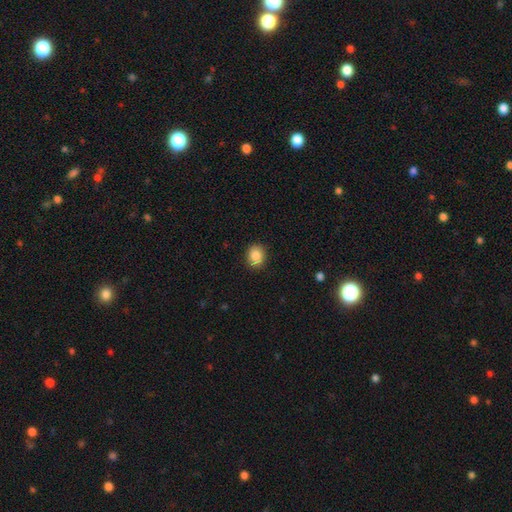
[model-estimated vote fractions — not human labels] A smooth galaxy with no disk features (84%) that is round (64%).

Vote fractions:
- Smooth or featured? smooth: 84% / star or artifact: 9% / featured or disk: 7%
- How rounded? round: 64% / in between: 35% / cigar-shaped: 1%
- Merging? none: 86% / minor disturbance: 11% / major disturbance: 2% / merger: 1%